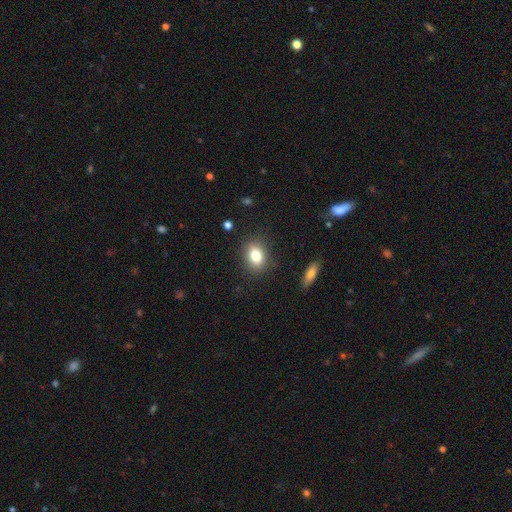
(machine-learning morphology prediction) This appears to be a smooth galaxy with no disk features (81%) that is in between round and cigar-shaped (71%). Merging: none (85%).